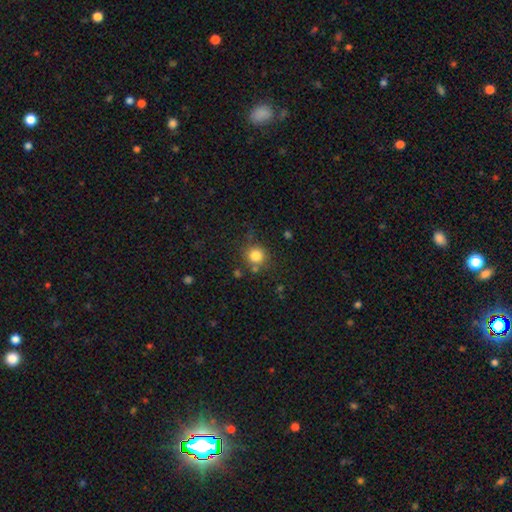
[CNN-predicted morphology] The model was most divided on "merging": none: 77%, minor disturbance: 11%, merger: 8%, major disturbance: 4%. More confident: how rounded — round (91%); smooth or featured — smooth (81%).